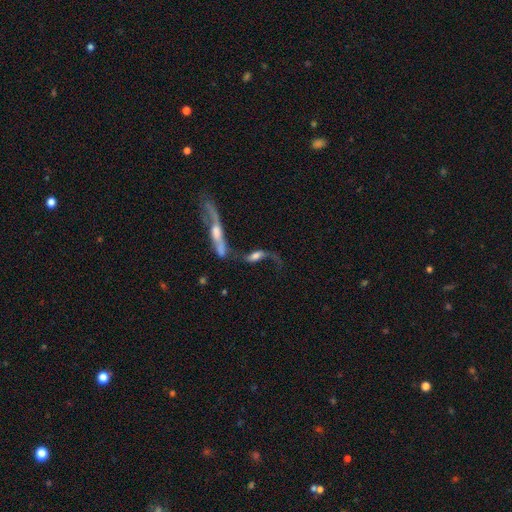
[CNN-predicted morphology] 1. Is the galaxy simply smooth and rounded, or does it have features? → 60% featured or disk, 30% smooth, 10% star or artifact.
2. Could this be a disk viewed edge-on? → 74% no, 26% yes.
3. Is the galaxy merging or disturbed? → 48% merger, 21% none, 20% major disturbance, 11% minor disturbance.